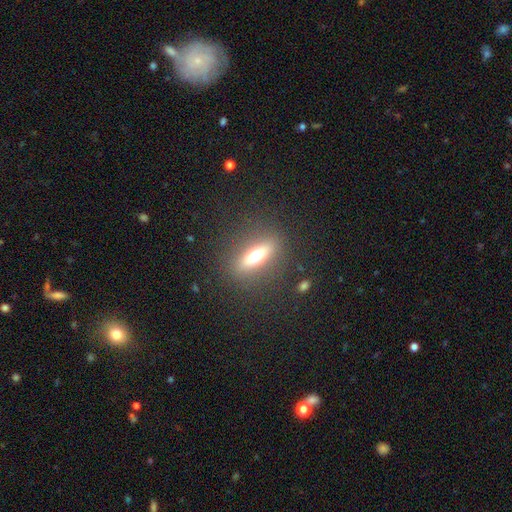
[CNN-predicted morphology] Q: Smooth or featured?
A: smooth (50%); runner-up: featured or disk (37%)
Q: Merging?
A: none (84%); runner-up: minor disturbance (9%)